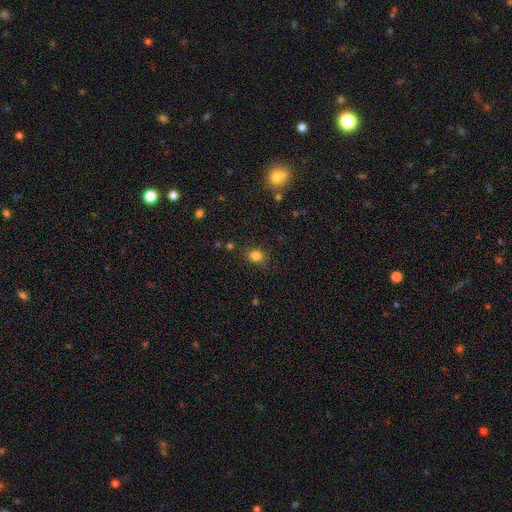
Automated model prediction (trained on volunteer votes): smooth_or_featured: smooth (p=0.81) [alt: star or artifact p=0.13]
how_rounded: round (p=0.70) [alt: in between p=0.29]
merging: none (p=0.82) [alt: minor disturbance p=0.13]